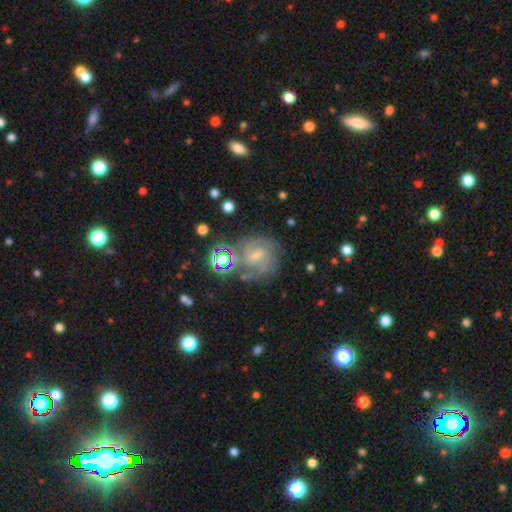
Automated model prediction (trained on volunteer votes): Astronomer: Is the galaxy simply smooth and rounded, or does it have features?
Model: featured or disk — 77%.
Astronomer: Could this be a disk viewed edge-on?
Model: no — 97%.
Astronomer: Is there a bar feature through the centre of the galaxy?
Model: weak — 57%.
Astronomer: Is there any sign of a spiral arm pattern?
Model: yes — 95%.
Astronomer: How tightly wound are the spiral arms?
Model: tight — 50% (runner-up: medium, 41%).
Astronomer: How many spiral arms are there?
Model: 2 — 33% (runner-up: 3, 25%).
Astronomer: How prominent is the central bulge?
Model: small — 51% (runner-up: moderate, 35%).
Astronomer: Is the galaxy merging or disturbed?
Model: none — 62%.